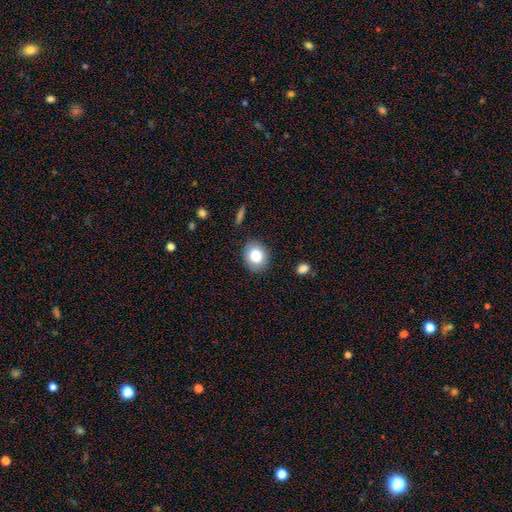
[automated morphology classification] Smooth or featured?
  - smooth: 82% *
  - featured or disk: 10%
  - star or artifact: 9%
How rounded?
  - round: 51% *
  - in between: 48%
  - cigar-shaped: 1%
Merging?
  - none: 86% *
  - minor disturbance: 10%
  - major disturbance: 3%
  - merger: 1%